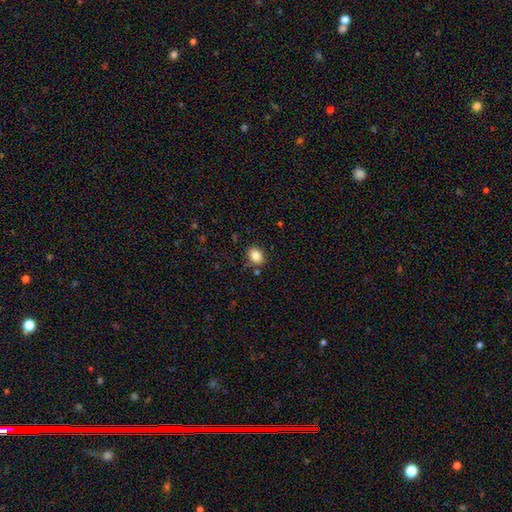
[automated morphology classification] type=smooth (85%); roundness=in between (60%); merging=none (83%).